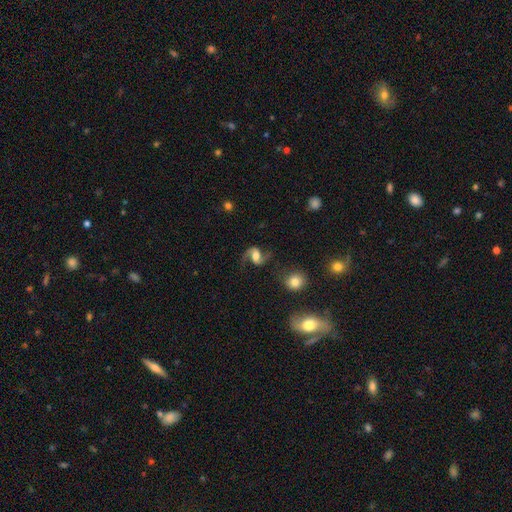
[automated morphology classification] Overall: featured or disk (86%). Edge-on disk: no (98%). Bar: weak (41%; no 37%). Spiral arms: yes (96%). Spiral arm count: 2 (94%). Spiral winding: loose (60%; medium 34%). Bulge size: moderate (54%; large 25%). Merging: none (76%).